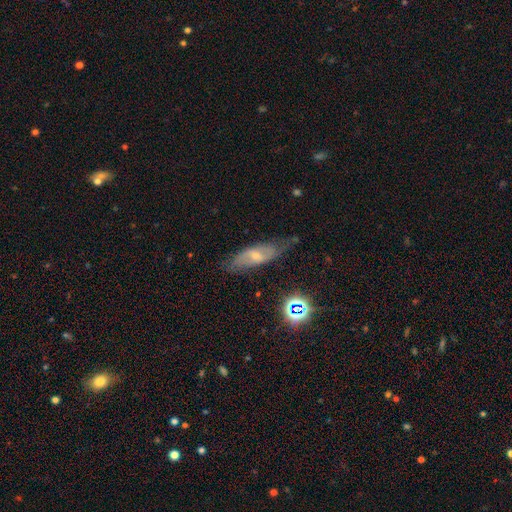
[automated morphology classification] Smooth or featured? Predicted: featured or disk (p=0.54). Edge-on disk? Predicted: no (p=0.77). Merging? Predicted: none (p=0.63).